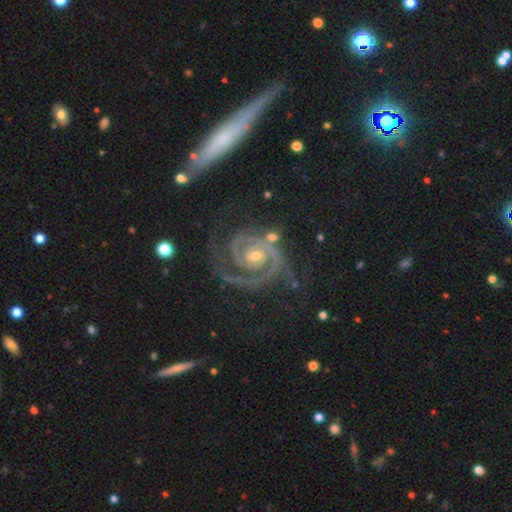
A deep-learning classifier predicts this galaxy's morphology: featured or disk 91%, star or artifact 5%, smooth 3%. Down the decision tree: edge-on disk — no (98%); bar — no (66%); spiral arms — yes (98%); spiral arm count — 2 (75%); spiral winding — tight (71%); bulge size — small (57%); merging — none (63%).